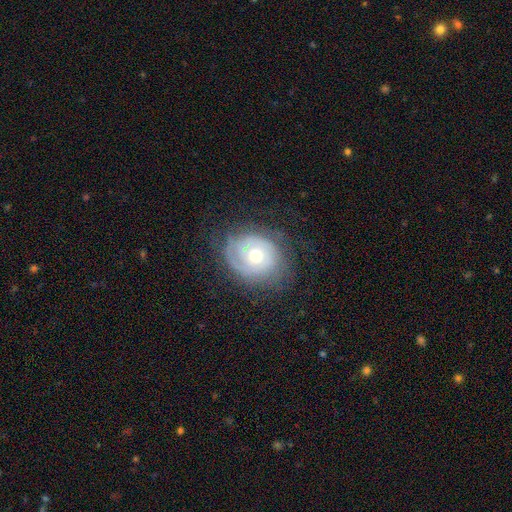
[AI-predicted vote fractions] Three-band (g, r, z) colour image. It shows a featured or disk galaxy (64%) with no bar (84%), spiral arms (74%) and a moderate central bulge (64%). Merging: none (63%).